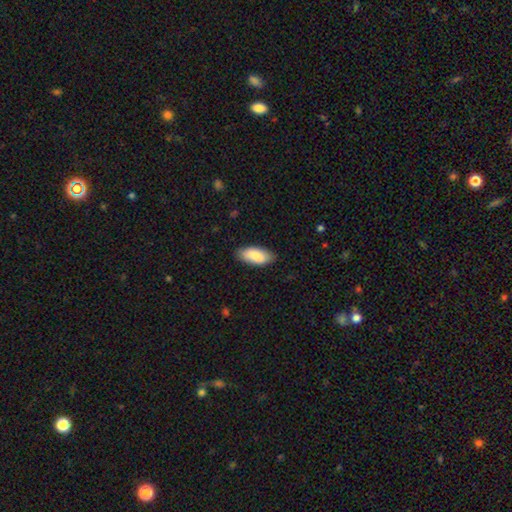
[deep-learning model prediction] Q: Smooth or featured?
A: smooth (83%); runner-up: featured or disk (11%)
Q: How rounded?
A: in between (87%); runner-up: cigar-shaped (11%)
Q: Merging?
A: none (85%); runner-up: minor disturbance (11%)